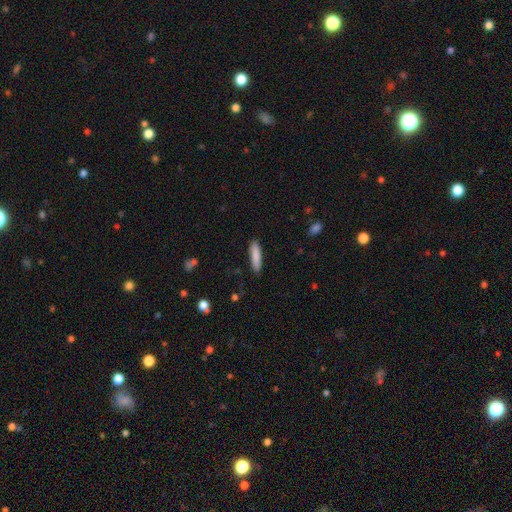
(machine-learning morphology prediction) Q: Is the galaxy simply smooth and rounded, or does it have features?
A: smooth — 86%.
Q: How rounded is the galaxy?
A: cigar-shaped — 84%.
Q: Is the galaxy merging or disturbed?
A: none — 89%.